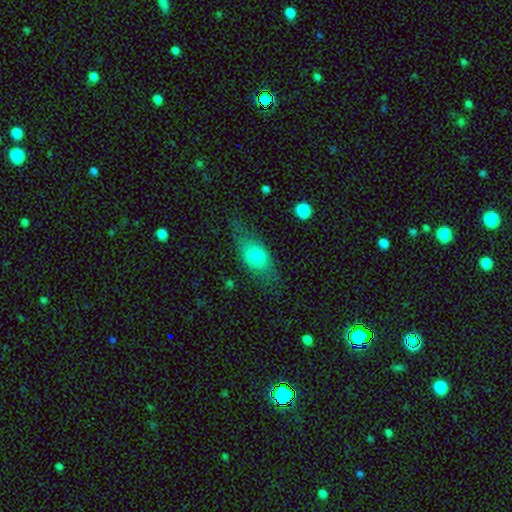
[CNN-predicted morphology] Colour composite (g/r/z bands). It shows a smooth galaxy with no disk features (67%) that is in between round and cigar-shaped (72%). Merging: none (63%).